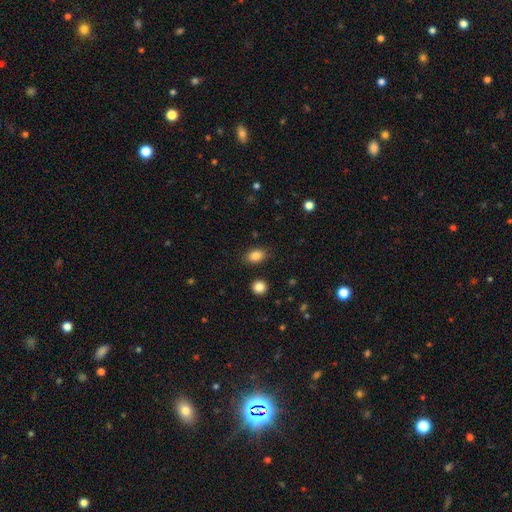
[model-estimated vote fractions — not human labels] smooth_or_featured: smooth (p=0.85) [alt: star or artifact p=0.10]
how_rounded: in between (p=0.76) [alt: round p=0.22]
merging: none (p=0.84) [alt: minor disturbance p=0.10]